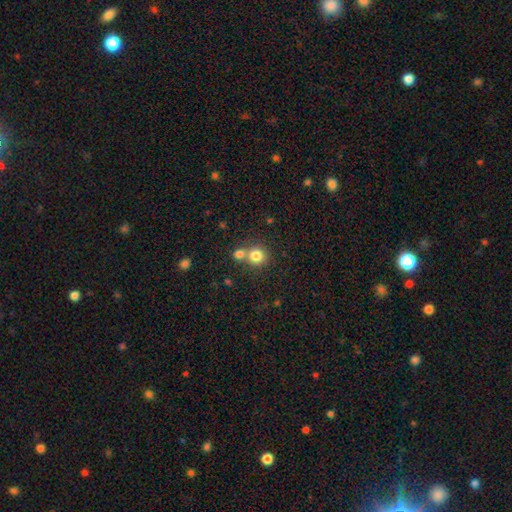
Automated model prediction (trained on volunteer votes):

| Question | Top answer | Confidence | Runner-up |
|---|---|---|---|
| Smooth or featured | smooth | 81% | star or artifact (12%) |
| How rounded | round | 90% | in between (10%) |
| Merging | none | 54% | merger (37%) |